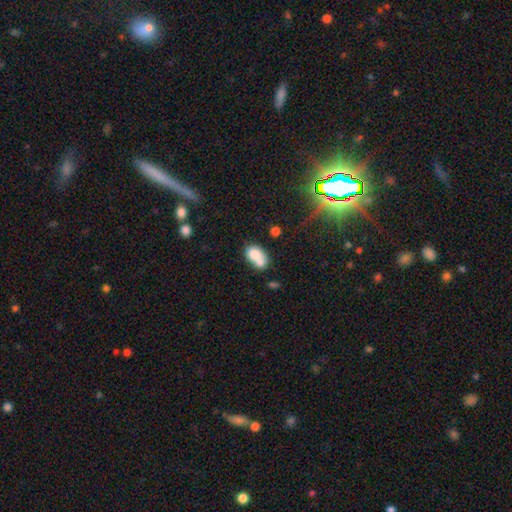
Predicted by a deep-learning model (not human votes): Q: Smooth or featured?
A: smooth (76%); runner-up: featured or disk (15%)
Q: How rounded?
A: in between (73%); runner-up: round (26%)
Q: Merging?
A: merger (59%); runner-up: none (25%)